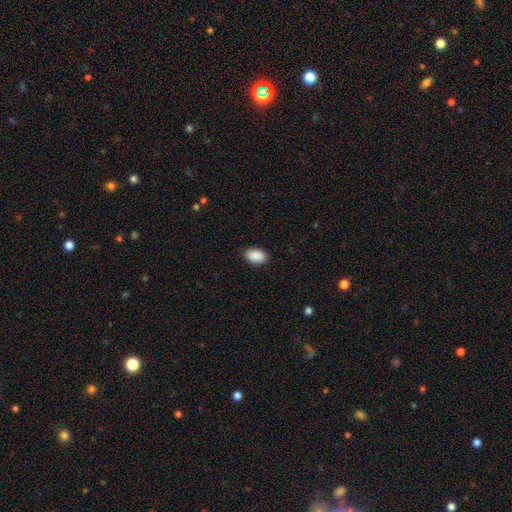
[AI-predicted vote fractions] Q: Smooth or featured?
A: smooth (91%); runner-up: star or artifact (7%)
Q: How rounded?
A: in between (91%); runner-up: round (7%)
Q: Merging?
A: none (88%); runner-up: minor disturbance (9%)